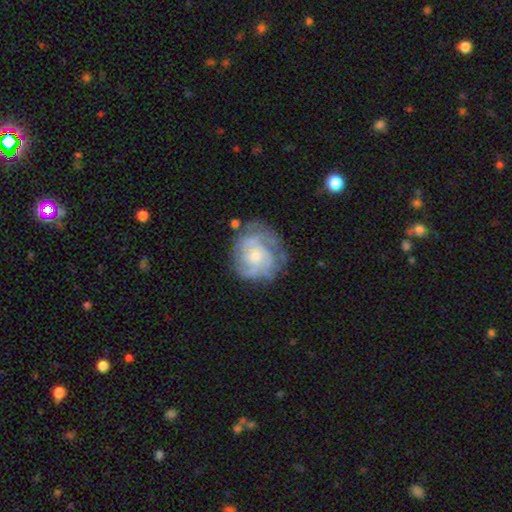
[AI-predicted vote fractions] Smooth or featured? Predicted: featured or disk (p=0.70). Edge-on disk? Predicted: no (p=0.98). Bar? Predicted: no (p=0.80). Spiral arms? Predicted: yes (p=0.75). Spiral winding? Predicted: tight (p=0.57). Spiral arm count? Predicted: can't tell (p=0.51). Bulge size? Predicted: small (p=0.49). Merging? Predicted: none (p=0.62).